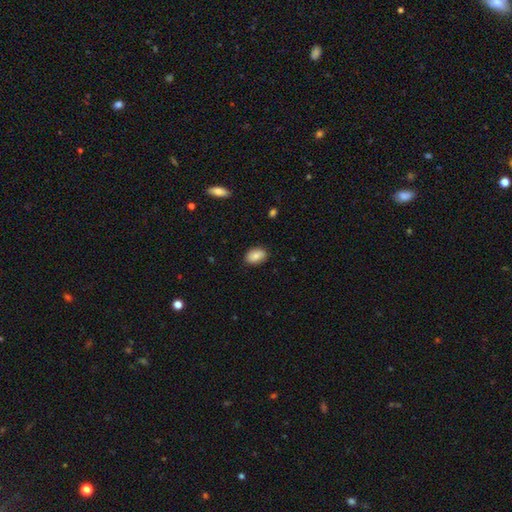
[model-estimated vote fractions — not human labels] Smooth or featured? Predicted: smooth (p=0.84). How rounded? Predicted: in between (p=0.87). Merging? Predicted: none (p=0.85).